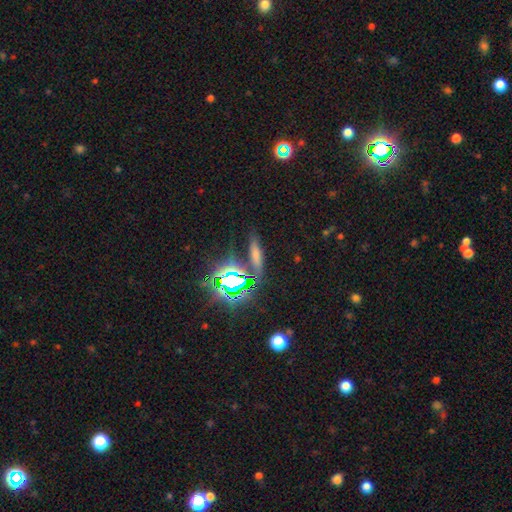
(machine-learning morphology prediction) A smooth galaxy with no disk features (51%) that is cigar-shaped (68%).

Vote fractions:
- Smooth or featured? smooth: 51% / star or artifact: 34% / featured or disk: 16%
- How rounded? cigar-shaped: 68% / in between: 26% / round: 6%
- Merging? none: 75% / minor disturbance: 14% / merger: 6% / major disturbance: 5%